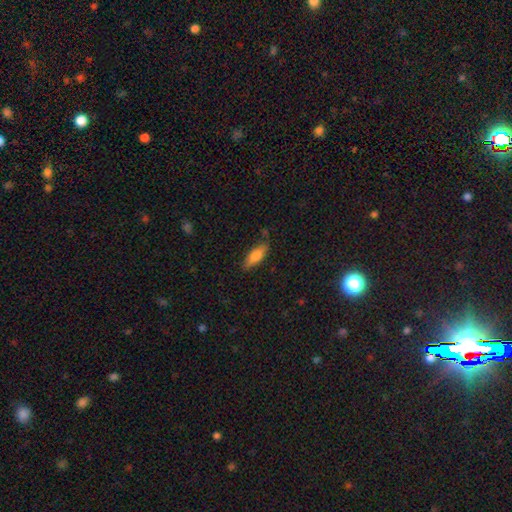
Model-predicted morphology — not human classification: Q: Smooth or featured?
A: smooth (71%); runner-up: featured or disk (22%)
Q: How rounded?
A: in between (55%); runner-up: cigar-shaped (42%)
Q: Merging?
A: none (78%); runner-up: minor disturbance (16%)